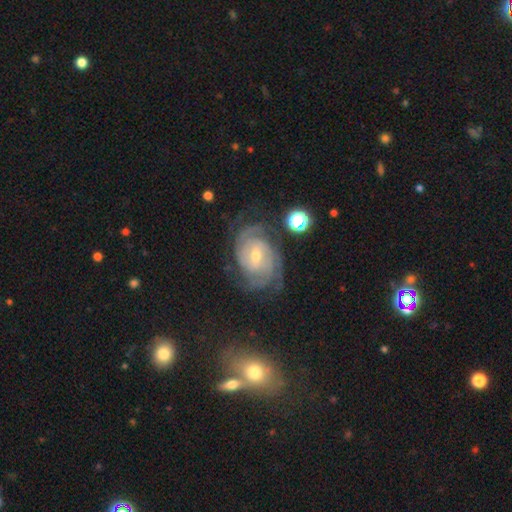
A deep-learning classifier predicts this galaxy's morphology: This appears to be a featured or disk galaxy (88%) with a weak bar (45%), 3 (26%) tight (67%) spiral arms (97%) and a small central bulge (54%). Merging: none (70%).